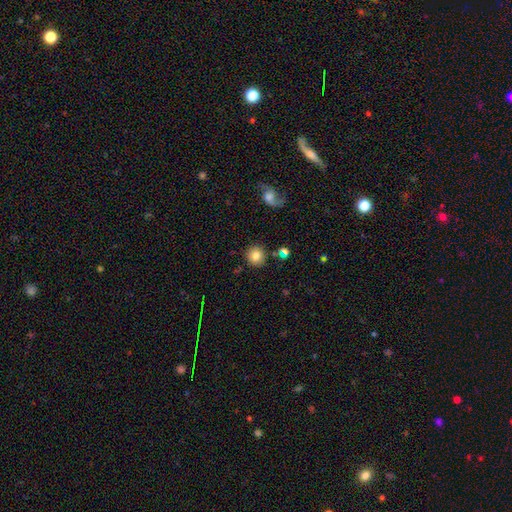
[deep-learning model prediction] The model was most divided on "smooth or featured": smooth: 81%, featured or disk: 10%, star or artifact: 9%. More confident: how rounded — round (93%); merging — none (86%).